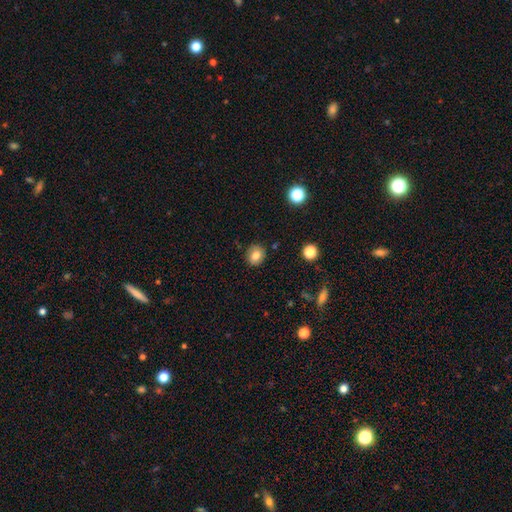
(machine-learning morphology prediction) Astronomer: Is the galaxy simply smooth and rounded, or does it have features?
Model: smooth — 80%.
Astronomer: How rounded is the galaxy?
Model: round — 77%.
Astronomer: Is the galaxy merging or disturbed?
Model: none — 86%.